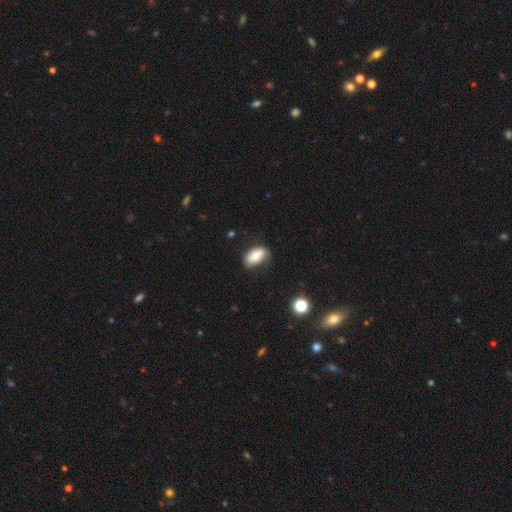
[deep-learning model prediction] Overall: smooth (69%). How rounded: in between (91%). Merging: none (71%).